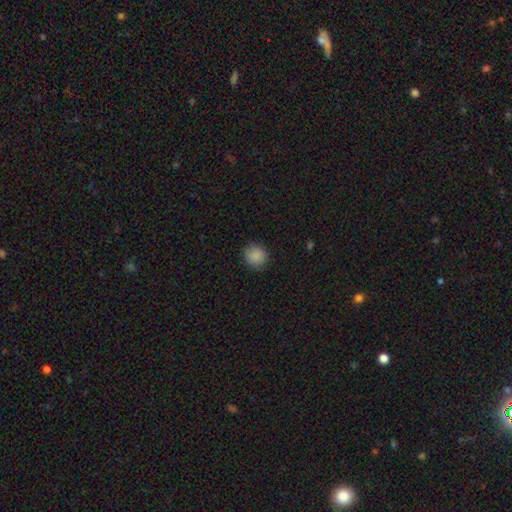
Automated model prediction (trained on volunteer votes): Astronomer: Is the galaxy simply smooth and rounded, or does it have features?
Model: smooth — 88%.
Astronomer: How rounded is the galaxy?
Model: round — 88%.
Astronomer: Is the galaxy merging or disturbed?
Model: none — 88%.